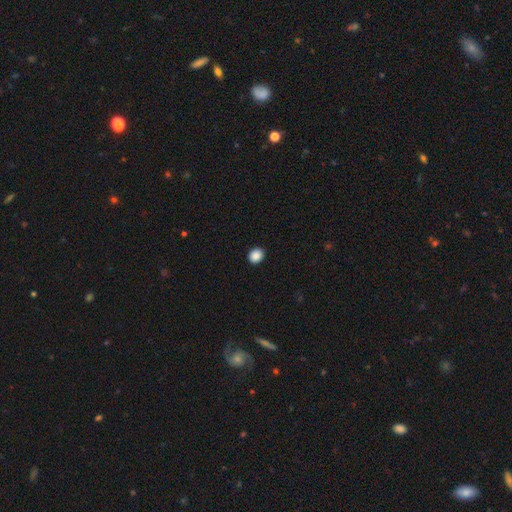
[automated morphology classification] This appears to be a smooth galaxy with no disk features (89%) that is round (73%). Merging: none (93%).